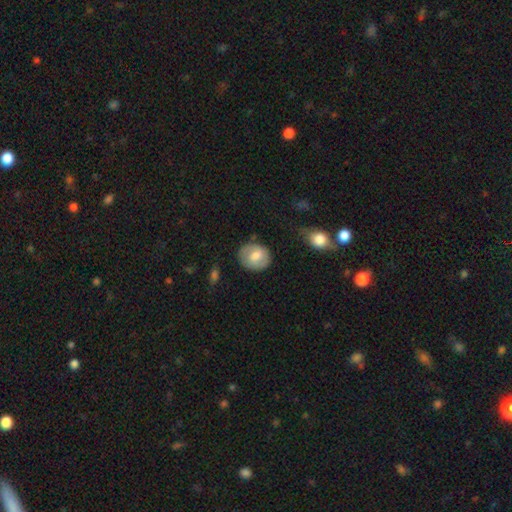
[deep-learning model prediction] A smooth galaxy with no disk features (62%) that is round (68%). Merging: none (79%).